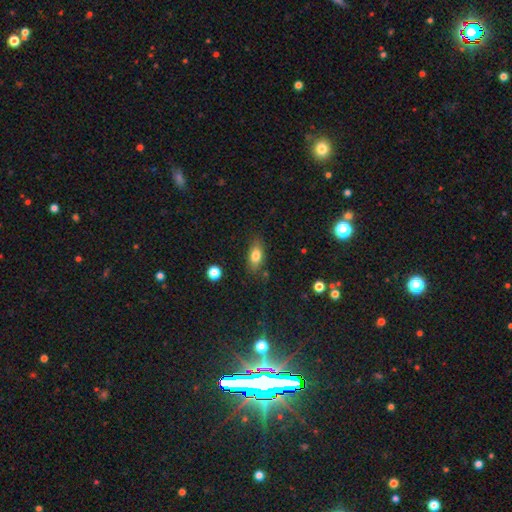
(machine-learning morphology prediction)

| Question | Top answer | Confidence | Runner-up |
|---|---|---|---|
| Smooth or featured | smooth | 78% | featured or disk (12%) |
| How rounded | in between | 82% | cigar-shaped (10%) |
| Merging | none | 80% | minor disturbance (14%) |